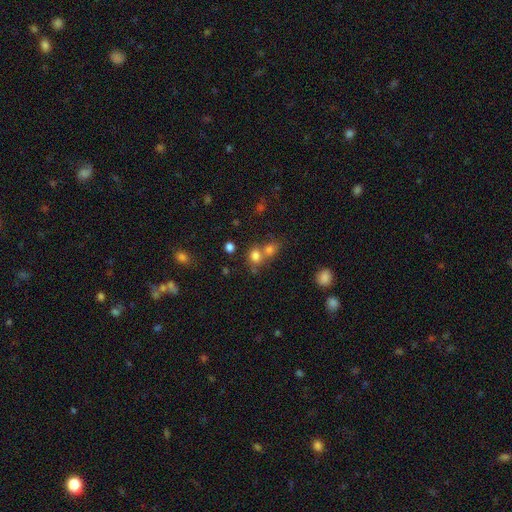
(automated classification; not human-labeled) smooth_or_featured: smooth (p=0.76) [alt: star or artifact p=0.14]
how_rounded: round (p=0.66) [alt: in between p=0.32]
merging: merger (p=0.50) [alt: none p=0.39]